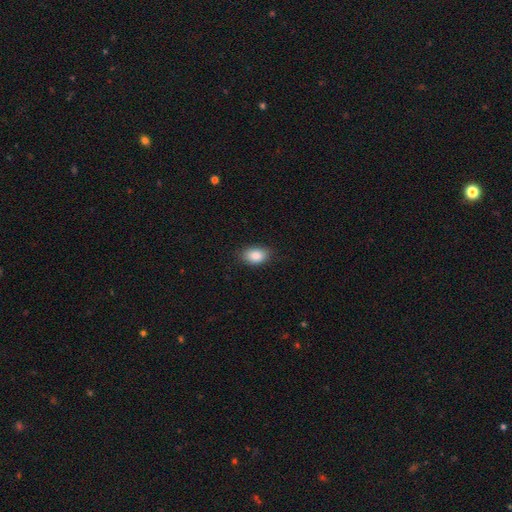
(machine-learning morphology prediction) Smooth or featured?
  - smooth: 87% *
  - star or artifact: 8%
  - featured or disk: 5%
How rounded?
  - in between: 85% *
  - round: 14%
  - cigar-shaped: 1%
Merging?
  - none: 81% *
  - minor disturbance: 15%
  - major disturbance: 3%
  - merger: 1%